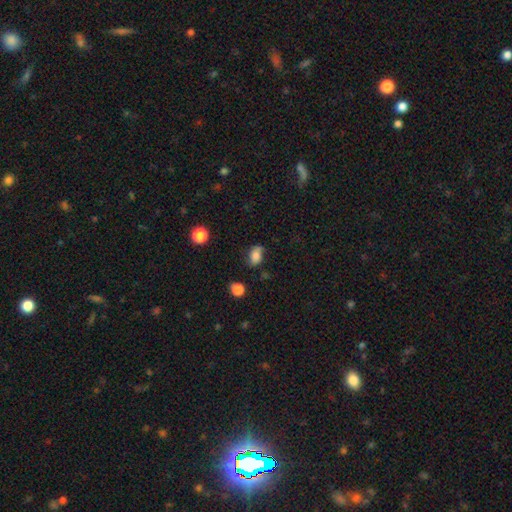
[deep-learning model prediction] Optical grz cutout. It shows a smooth galaxy with no disk features (71%) that is in between round and cigar-shaped (79%). Merging: none (58%).